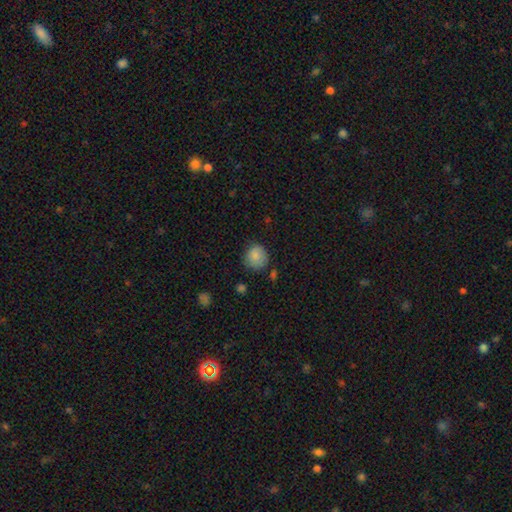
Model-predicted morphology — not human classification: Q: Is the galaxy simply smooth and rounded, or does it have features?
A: smooth — 84%.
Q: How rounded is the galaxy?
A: round — 85%.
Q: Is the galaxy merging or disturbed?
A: none — 70%.